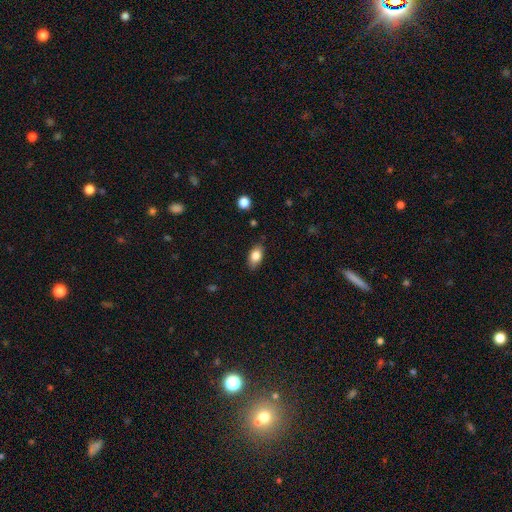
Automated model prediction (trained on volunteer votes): This is clearly a smooth galaxy (83%). How rounded: clearly in between (89%). Merging: clearly none (83%).